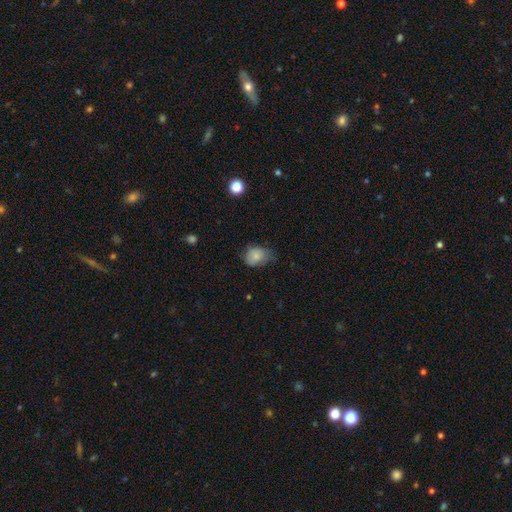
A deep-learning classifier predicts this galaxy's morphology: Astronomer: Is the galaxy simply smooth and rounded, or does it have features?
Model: smooth — 78%.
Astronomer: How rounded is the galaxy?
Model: in between — 57% (runner-up: round, 42%).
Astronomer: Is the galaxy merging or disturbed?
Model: none — 45% (runner-up: minor disturbance, 39%).